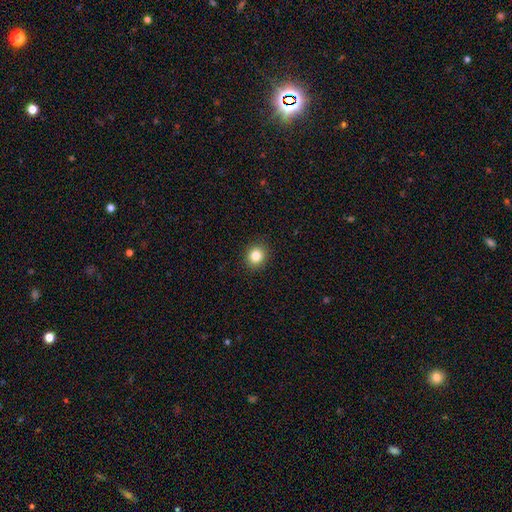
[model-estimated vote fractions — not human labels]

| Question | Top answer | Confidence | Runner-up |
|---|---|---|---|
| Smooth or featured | smooth | 83% | star or artifact (11%) |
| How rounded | round | 80% | in between (19%) |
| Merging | none | 91% | minor disturbance (6%) |